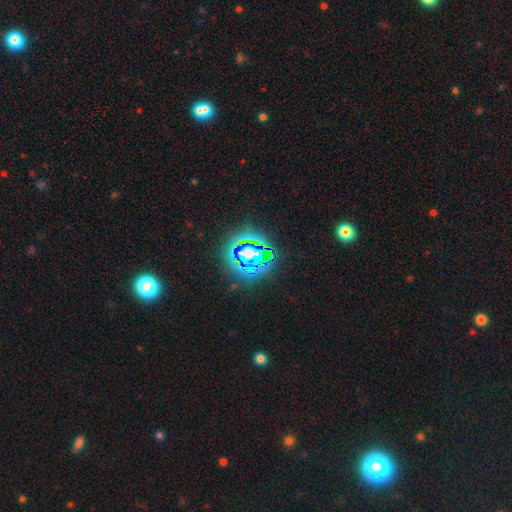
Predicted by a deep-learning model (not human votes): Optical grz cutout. It shows a star or artifact, not a galaxy (54%).